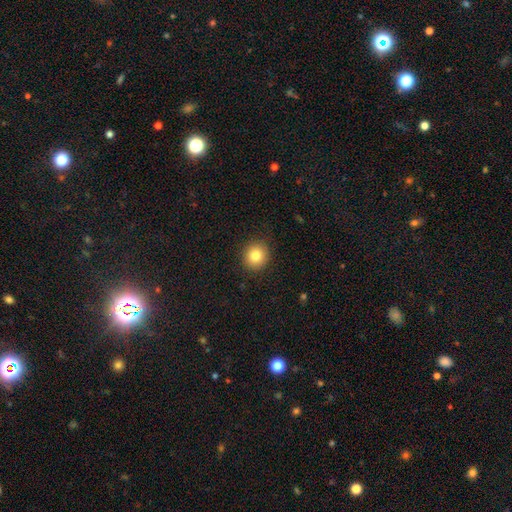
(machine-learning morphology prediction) smooth-or-featured: smooth: 82% | star or artifact: 10% | featured or disk: 7%
  how-rounded: round: 88% | in between: 12% | cigar-shaped: 1%
  merging: none: 90% | minor disturbance: 7% | major disturbance: 2% | merger: 1%